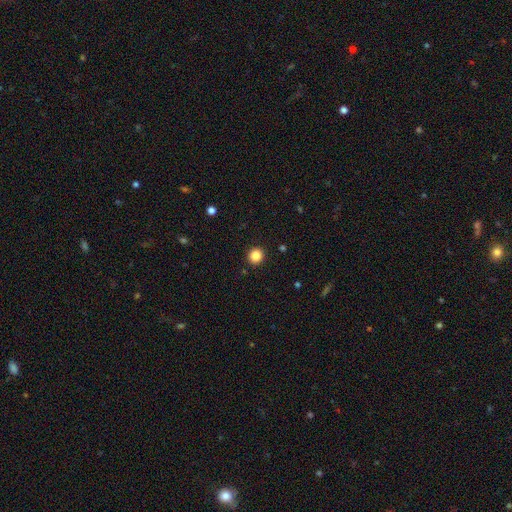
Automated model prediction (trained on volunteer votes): Smooth or featured? smooth (86%)
How rounded? round (89%)
Merging? none (92%)